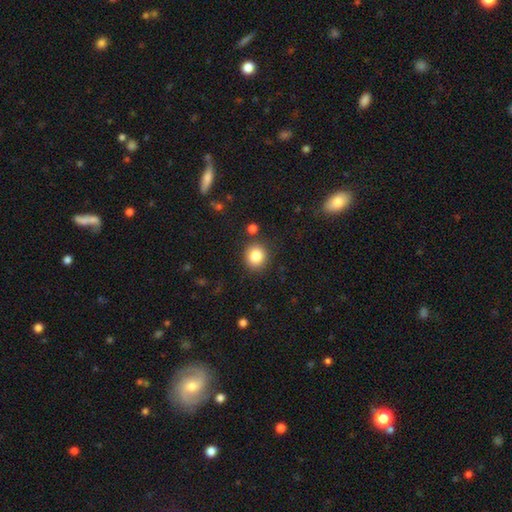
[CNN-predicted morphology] This appears to be a smooth galaxy with no disk features (83%) that is round (84%). Merging: none (87%).